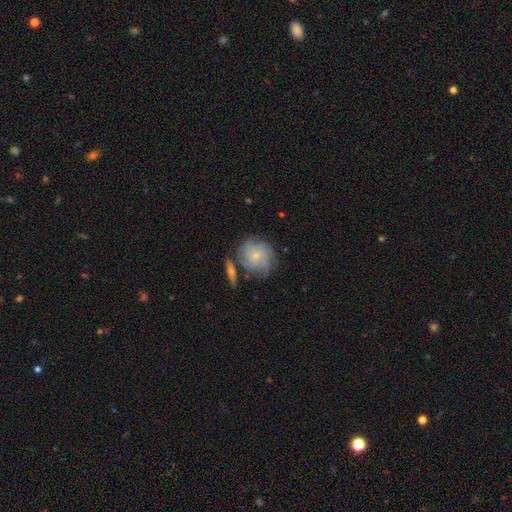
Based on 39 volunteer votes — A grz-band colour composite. It shows a featured or disk galaxy (59%) with no bar (87%), tight (40%) spiral arms (87%) and a small central bulge (83%). Merging: none (57%).